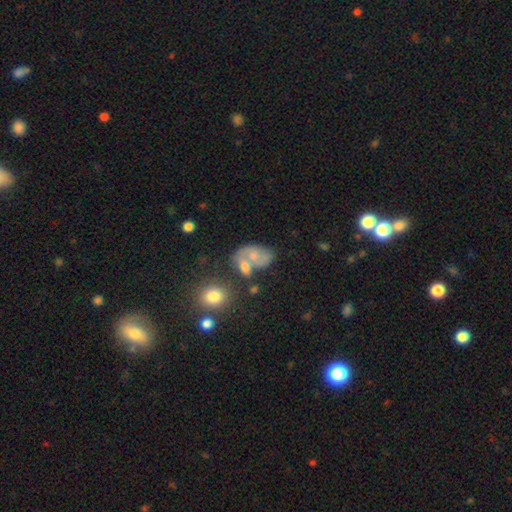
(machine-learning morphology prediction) This appears to be a smooth galaxy with no disk features (55%) that is in between round and cigar-shaped (80%). Merging: merger (47%).